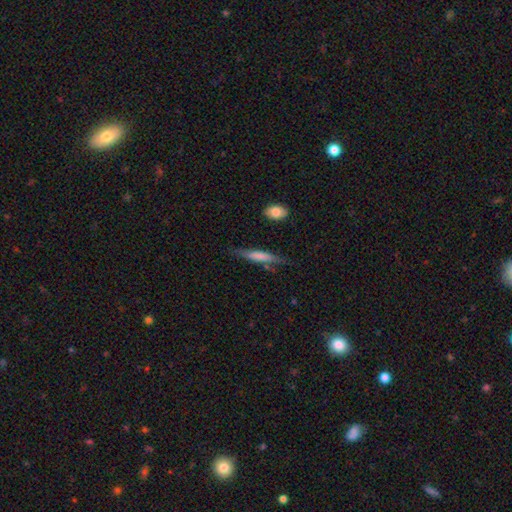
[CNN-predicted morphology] type=smooth (56%); roundness=cigar-shaped (88%); merging=none (76%).